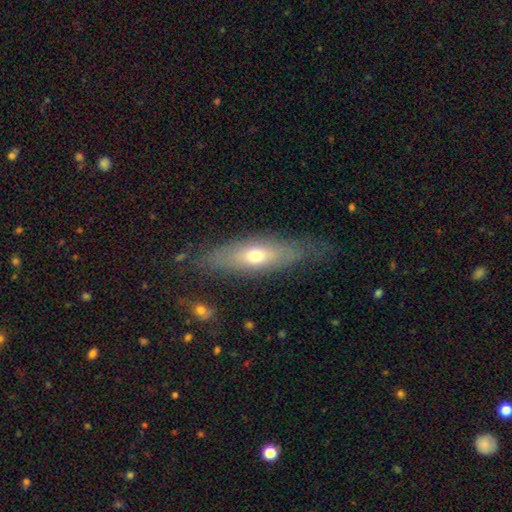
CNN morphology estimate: Overall: smooth (50%; featured or disk 43%). Merging: none (74%).